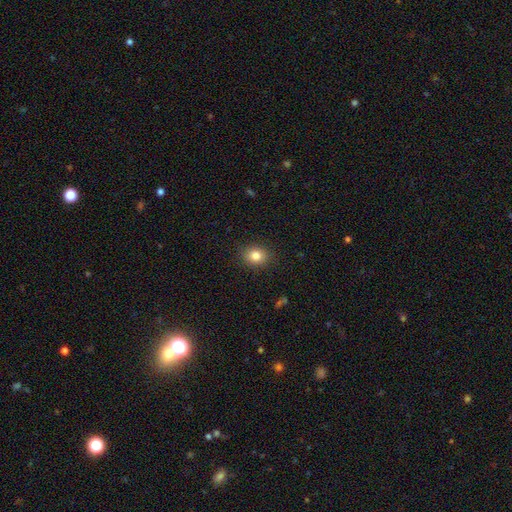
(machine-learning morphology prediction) Smooth or featured? smooth (83%)
How rounded? round (56%)
Merging? none (89%)